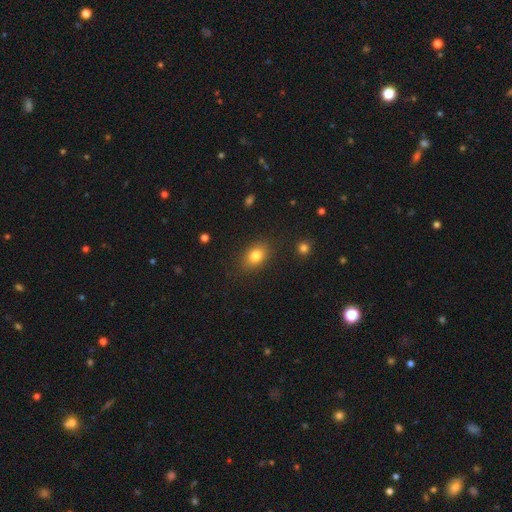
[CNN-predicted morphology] smooth_or_featured: smooth (p=0.81) [alt: star or artifact p=0.10]
how_rounded: in between (p=0.77) [alt: round p=0.21]
merging: none (p=0.85) [alt: minor disturbance p=0.10]